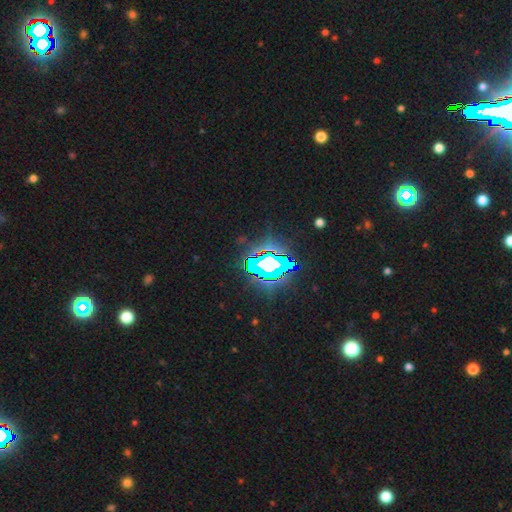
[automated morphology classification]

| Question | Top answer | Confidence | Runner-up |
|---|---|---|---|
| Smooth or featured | star or artifact | 76% | featured or disk (12%) |